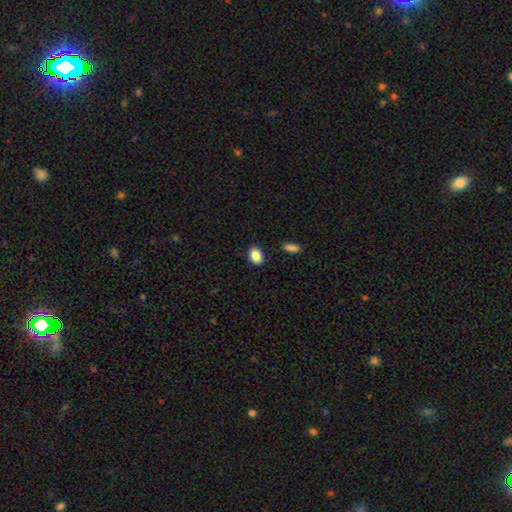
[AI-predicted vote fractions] Smooth or featured?
  - smooth: 88% *
  - star or artifact: 8%
  - featured or disk: 4%
How rounded?
  - in between: 77% *
  - round: 21%
  - cigar-shaped: 1%
Merging?
  - none: 88% *
  - minor disturbance: 8%
  - merger: 2%
  - major disturbance: 2%